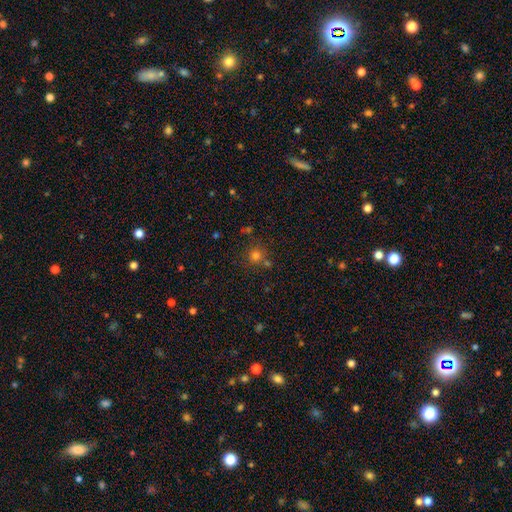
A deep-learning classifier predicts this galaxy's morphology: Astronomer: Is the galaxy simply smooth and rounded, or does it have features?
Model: smooth — 75%.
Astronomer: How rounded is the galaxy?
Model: round — 89%.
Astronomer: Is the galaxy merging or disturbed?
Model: none — 71%.